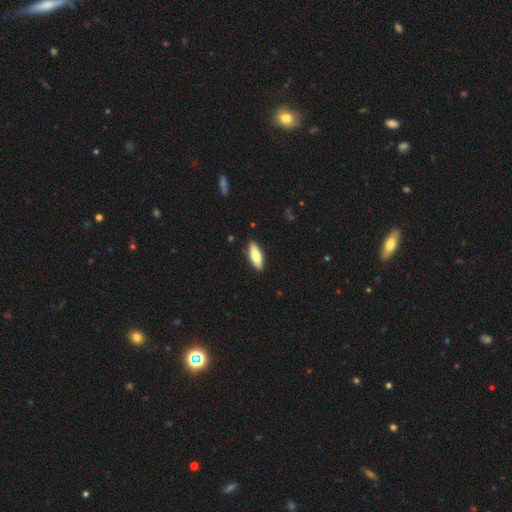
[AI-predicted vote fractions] A smooth galaxy with no disk features (73%) that is in between round and cigar-shaped (52%). Merging: none (89%).